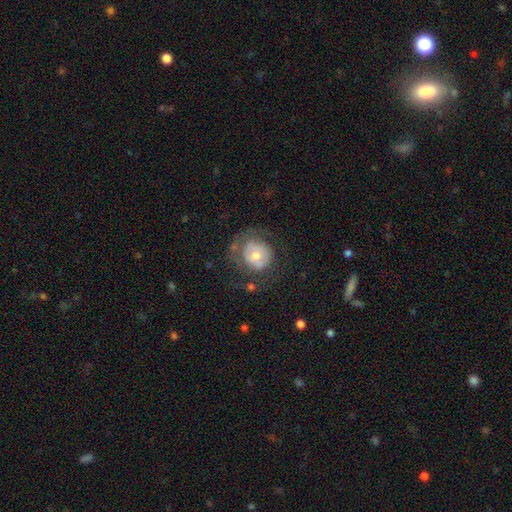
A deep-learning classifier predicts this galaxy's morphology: smooth_or_featured: smooth (p=0.51) [alt: featured or disk p=0.41]
how_rounded: round (p=0.78) [alt: in between p=0.21]
merging: none (p=0.49) [alt: minor disturbance p=0.24]